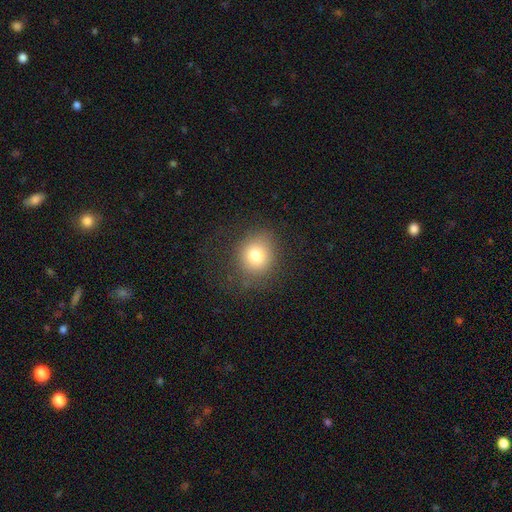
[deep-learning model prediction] Smooth or featured?
  - smooth: 77% *
  - star or artifact: 13%
  - featured or disk: 10%
How rounded?
  - round: 79% *
  - in between: 20%
  - cigar-shaped: 1%
Merging?
  - none: 79% *
  - minor disturbance: 13%
  - major disturbance: 7%
  - merger: 1%